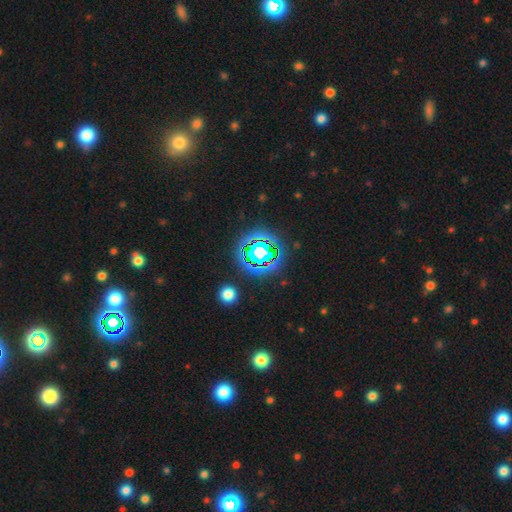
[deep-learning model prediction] Morphology: type=star or artifact (78%).